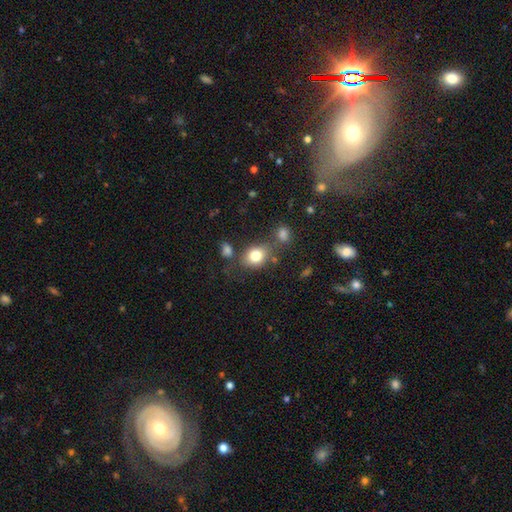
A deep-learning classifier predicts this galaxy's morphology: This is clearly a smooth galaxy (80%). How rounded: possibly in between (52%). Merging: likely none (65%).